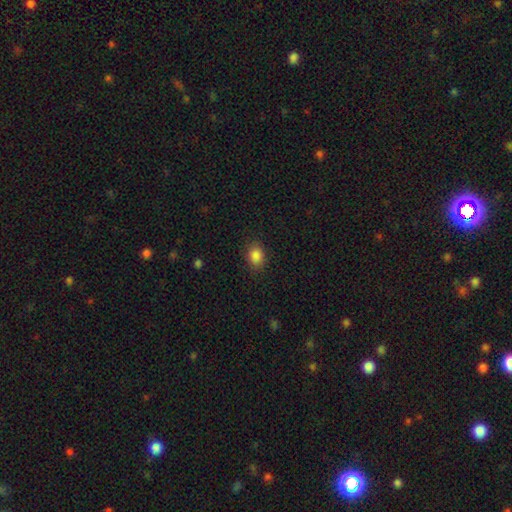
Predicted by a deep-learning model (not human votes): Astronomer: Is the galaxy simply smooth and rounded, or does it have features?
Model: smooth — 86%.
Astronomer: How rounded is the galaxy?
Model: in between — 57% (runner-up: round, 42%).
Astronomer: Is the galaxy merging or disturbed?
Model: none — 86%.